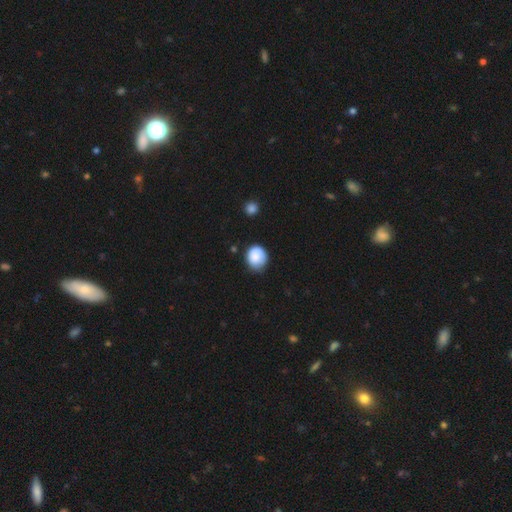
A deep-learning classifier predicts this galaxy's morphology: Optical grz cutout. It shows a smooth galaxy with no disk features (84%) that is round (74%). Merging: none (66%).